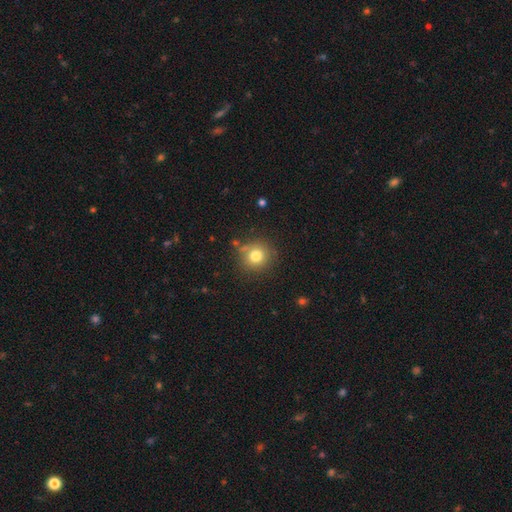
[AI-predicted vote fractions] Smooth or featured? Predicted: smooth (p=0.79). How rounded? Predicted: round (p=0.89). Merging? Predicted: none (p=0.78).